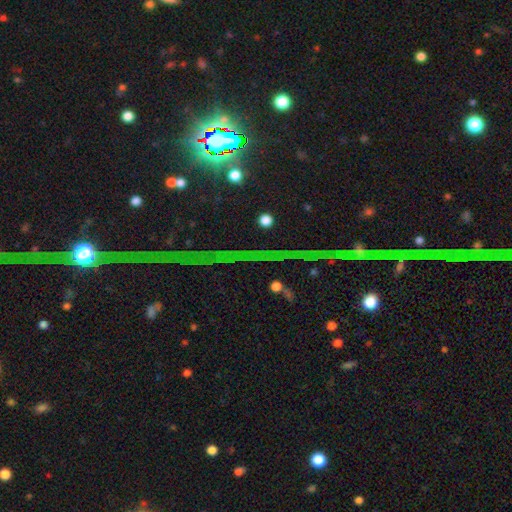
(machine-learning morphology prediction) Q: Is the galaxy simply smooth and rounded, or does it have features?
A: star or artifact — 82%.